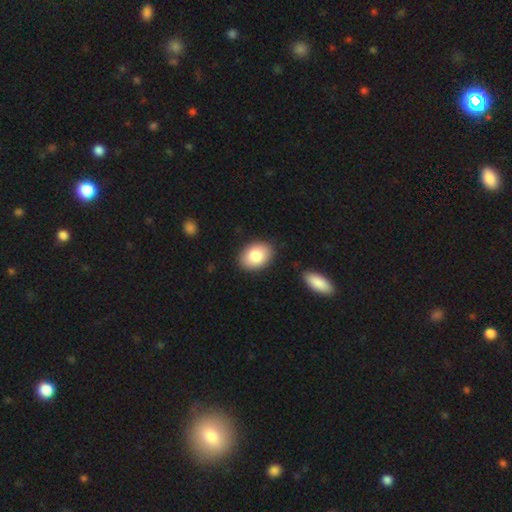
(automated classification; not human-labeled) Smooth or featured: smooth — 84% (featured or disk — 10%)
How rounded: in between — 80% (round — 19%)
Merging: none — 87% (minor disturbance — 9%)